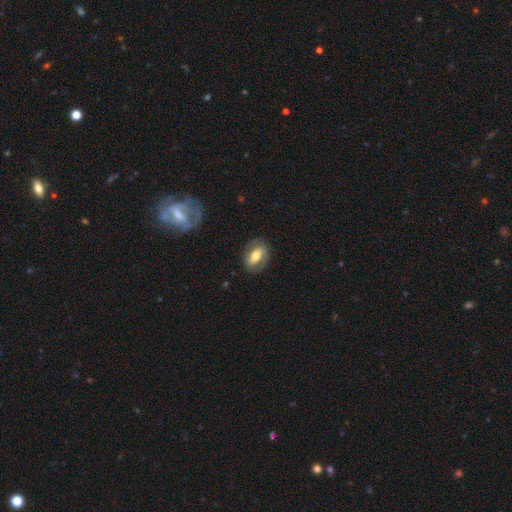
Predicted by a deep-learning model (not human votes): Overall: featured or disk (49%; smooth 45%). Merging: none (79%).